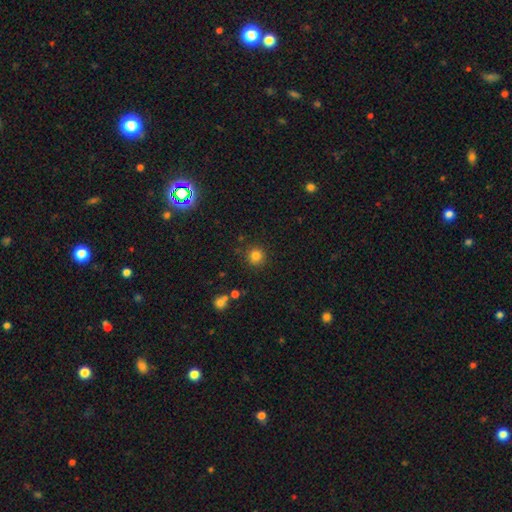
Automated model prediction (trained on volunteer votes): A smooth galaxy with no disk features (82%) that is round (93%).

Vote fractions:
- Smooth or featured? smooth: 82% / star or artifact: 13% / featured or disk: 5%
- How rounded? round: 93% / in between: 6% / cigar-shaped: 1%
- Merging? none: 87% / minor disturbance: 7% / merger: 3% / major disturbance: 3%